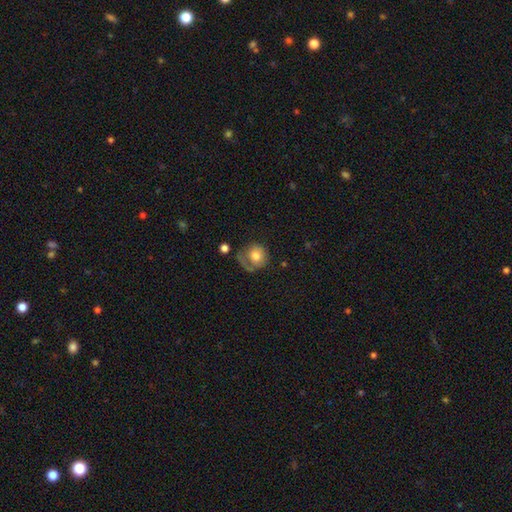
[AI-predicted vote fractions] The model was most divided on "merging": none: 43%, major disturbance: 26%, minor disturbance: 24%, merger: 7%. More confident: how rounded — round (82%); smooth or featured — smooth (69%).